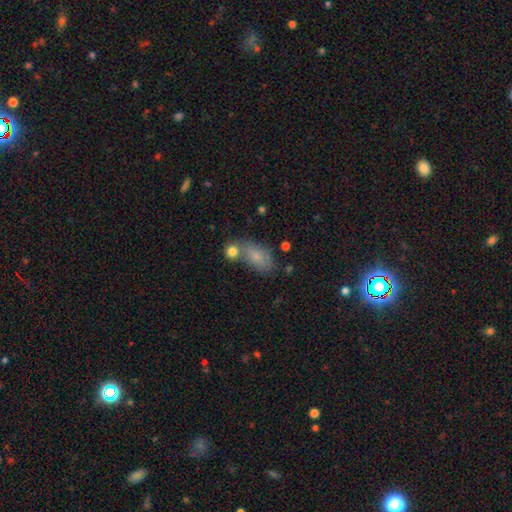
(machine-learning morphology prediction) type=smooth (72%); roundness=in between (85%); merging=none (55%).